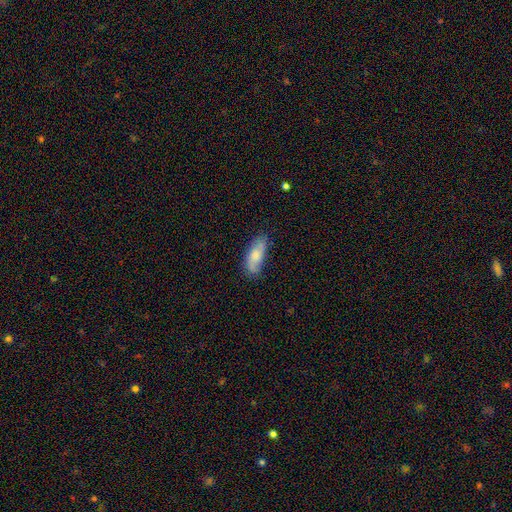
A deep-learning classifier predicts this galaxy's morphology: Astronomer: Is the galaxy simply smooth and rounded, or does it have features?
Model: smooth — 70%.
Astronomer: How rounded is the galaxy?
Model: in between — 78%.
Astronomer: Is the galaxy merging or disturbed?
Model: none — 67%.